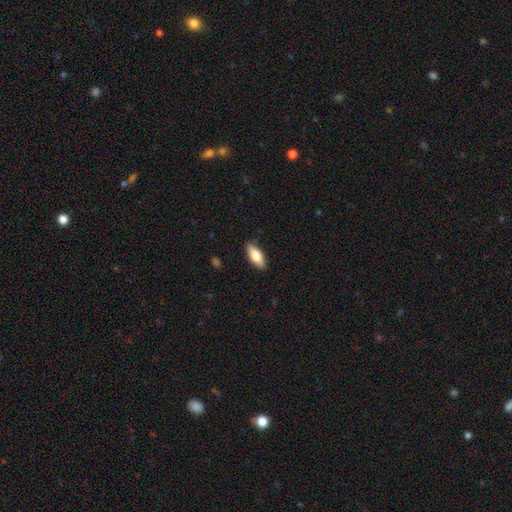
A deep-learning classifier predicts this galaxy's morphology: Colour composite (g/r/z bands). It shows a smooth galaxy with no disk features (75%) that is in between round and cigar-shaped (78%). Merging: none (88%).